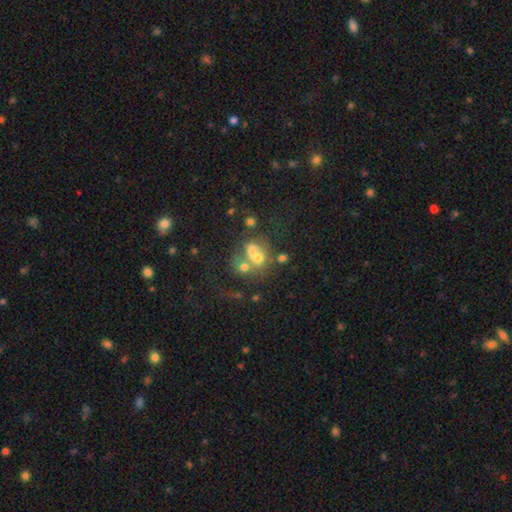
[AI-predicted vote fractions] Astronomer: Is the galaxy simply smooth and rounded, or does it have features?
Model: smooth — 51% (runner-up: featured or disk, 29%).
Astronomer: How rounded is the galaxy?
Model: round — 59% (runner-up: in between, 40%).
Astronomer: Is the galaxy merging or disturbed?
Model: merger — 50% (runner-up: none, 26%).